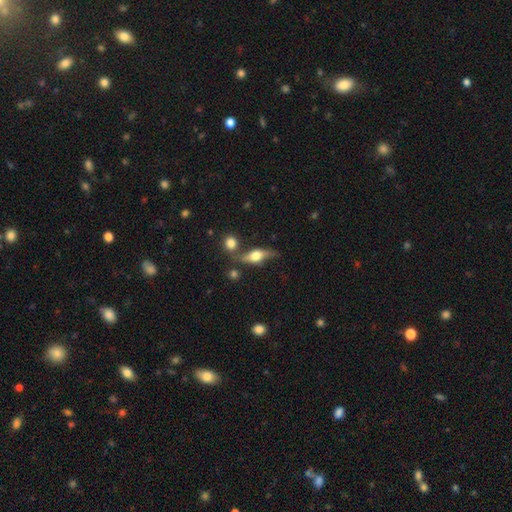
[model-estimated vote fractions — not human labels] smooth_or_featured: featured or disk (p=0.63) [alt: smooth p=0.30]
disk_edge_on: yes (p=0.74) [alt: no p=0.26]
merging: none (p=0.63) [alt: minor disturbance p=0.18]